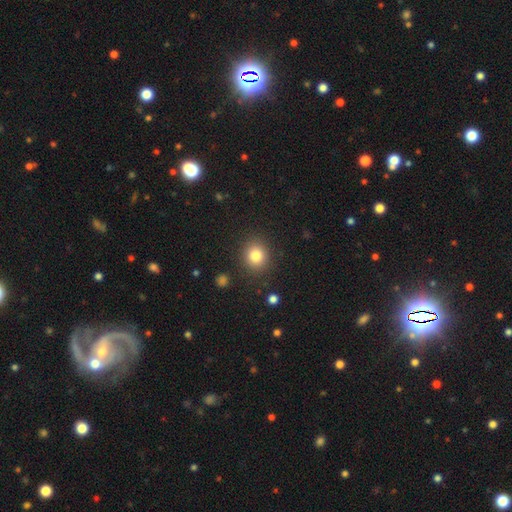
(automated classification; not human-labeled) Smooth or featured? Predicted: smooth (p=0.82). How rounded? Predicted: round (p=0.80). Merging? Predicted: none (p=0.88).